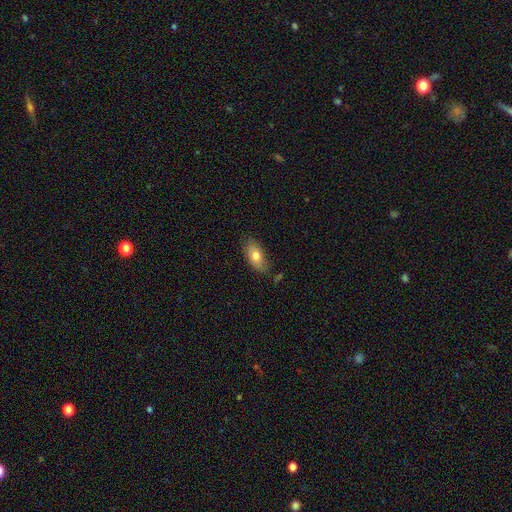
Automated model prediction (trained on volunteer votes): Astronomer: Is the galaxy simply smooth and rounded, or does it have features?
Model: smooth — 76%.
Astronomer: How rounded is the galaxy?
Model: in between — 89%.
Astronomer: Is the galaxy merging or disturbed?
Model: none — 74%.